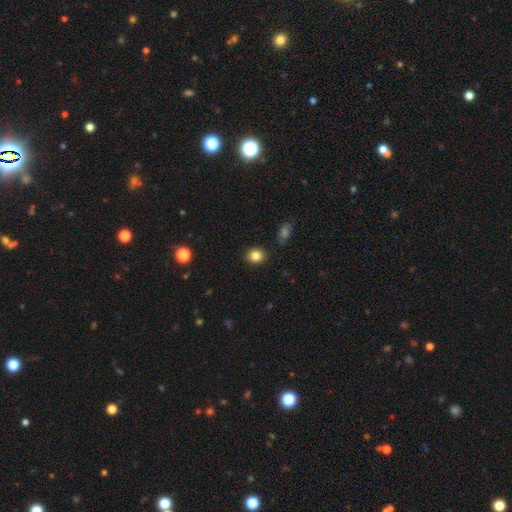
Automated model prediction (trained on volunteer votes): Smooth or featured: smooth — 83% (star or artifact — 11%)
How rounded: round — 66% (in between — 33%)
Merging: none — 89% (minor disturbance — 7%)